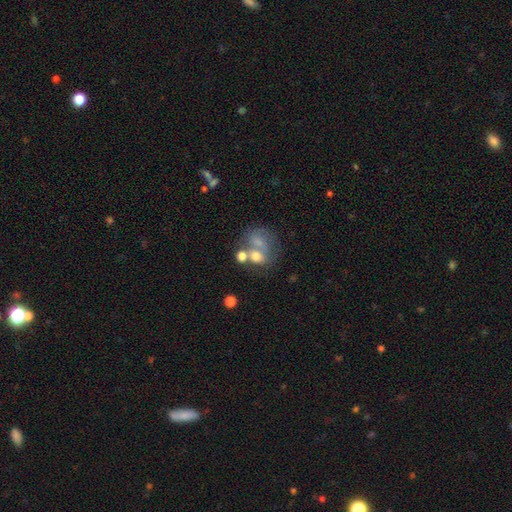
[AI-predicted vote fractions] Overall: smooth (57%; featured or disk 29%). How rounded: round (56%; in between 43%). Merging: merger (44%; none 29%).